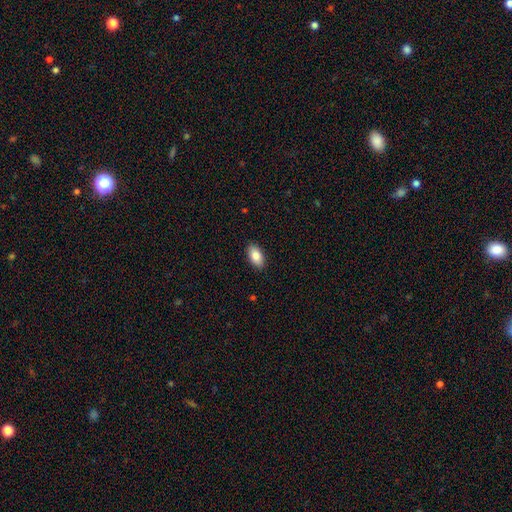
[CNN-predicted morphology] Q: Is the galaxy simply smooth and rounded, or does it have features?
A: smooth — 86%.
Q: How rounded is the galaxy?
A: in between — 94%.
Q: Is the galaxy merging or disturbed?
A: none — 89%.